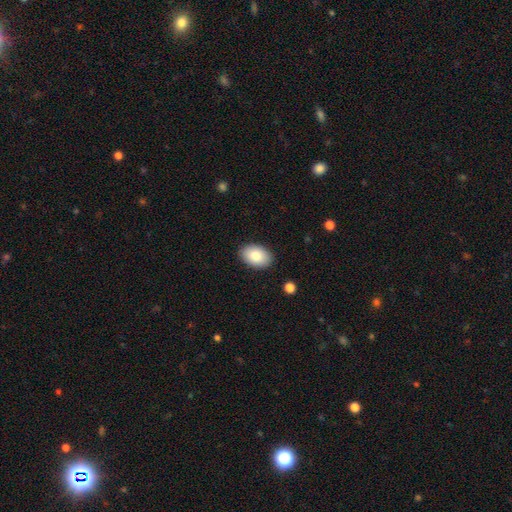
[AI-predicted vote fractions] Smooth or featured: smooth — 83% (featured or disk — 10%)
How rounded: in between — 89% (round — 10%)
Merging: none — 89% (minor disturbance — 8%)